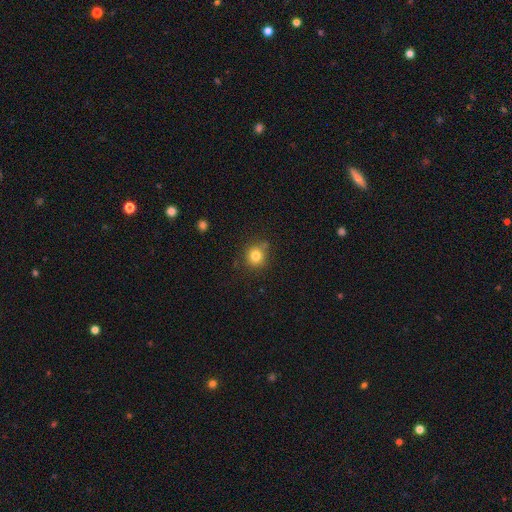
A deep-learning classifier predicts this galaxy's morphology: A smooth galaxy with no disk features (80%) that is round (90%).

Vote fractions:
- Smooth or featured? smooth: 80% / star or artifact: 12% / featured or disk: 8%
- How rounded? round: 90% / in between: 9% / cigar-shaped: 1%
- Merging? none: 80% / minor disturbance: 13% / merger: 4% / major disturbance: 3%